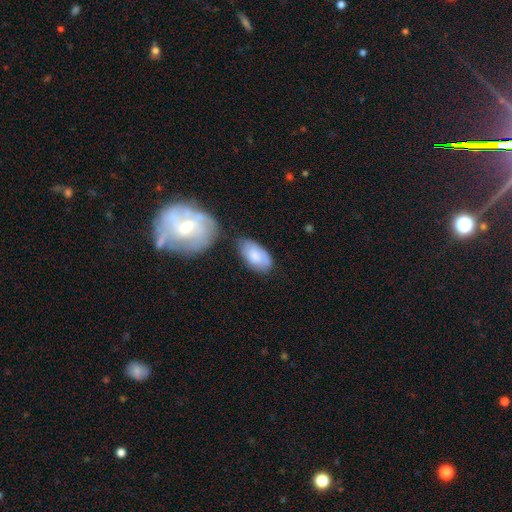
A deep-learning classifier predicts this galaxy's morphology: Q: Smooth or featured?
A: smooth (71%); runner-up: featured or disk (23%)
Q: How rounded?
A: in between (93%); runner-up: round (4%)
Q: Merging?
A: none (55%); runner-up: minor disturbance (24%)